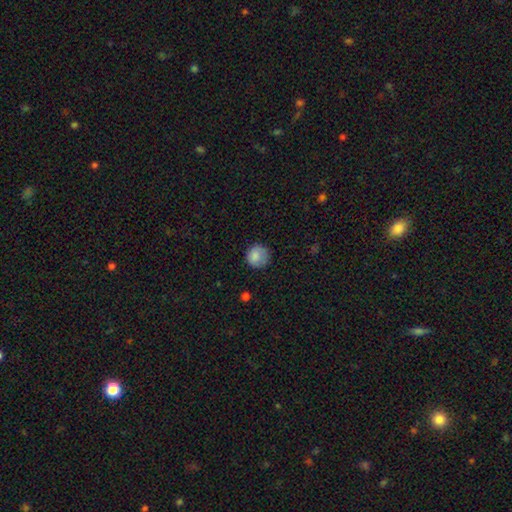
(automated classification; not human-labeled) Smooth or featured: smooth — 84% (star or artifact — 8%)
How rounded: round — 92% (in between — 7%)
Merging: none — 78% (minor disturbance — 17%)